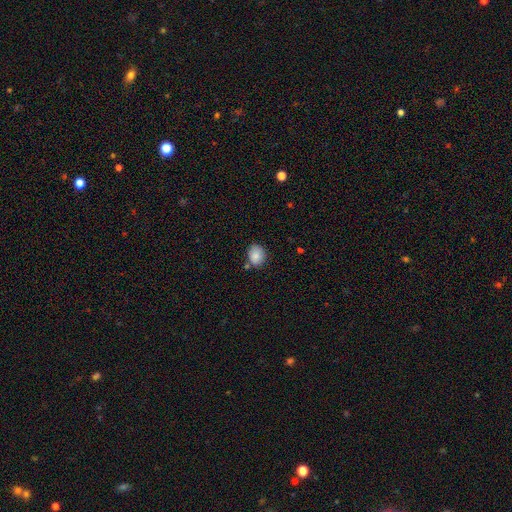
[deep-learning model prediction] Smooth or featured?
  - smooth: 86% *
  - star or artifact: 8%
  - featured or disk: 7%
How rounded?
  - in between: 54% *
  - round: 45%
  - cigar-shaped: 1%
Merging?
  - none: 70% *
  - minor disturbance: 18%
  - merger: 8%
  - major disturbance: 4%